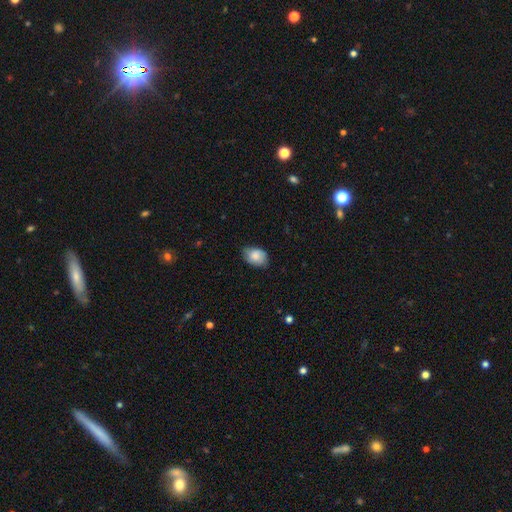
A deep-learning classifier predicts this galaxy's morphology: smooth_or_featured: smooth (p=0.81) [alt: featured or disk p=0.12]
how_rounded: in between (p=0.79) [alt: round p=0.20]
merging: none (p=0.70) [alt: minor disturbance p=0.25]